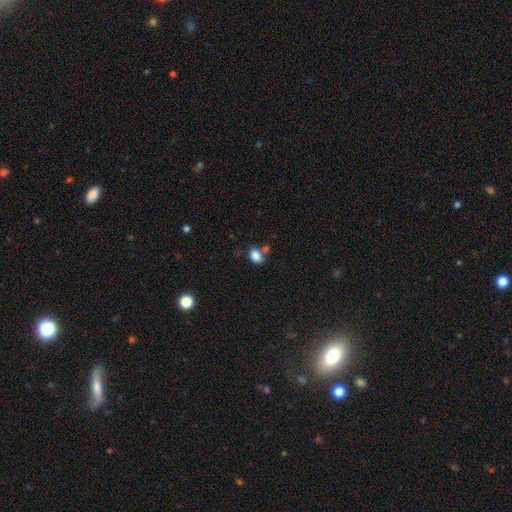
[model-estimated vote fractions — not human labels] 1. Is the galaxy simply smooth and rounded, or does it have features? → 85% smooth, 10% star or artifact, 5% featured or disk.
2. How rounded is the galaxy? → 68% in between, 31% round, 1% cigar-shaped.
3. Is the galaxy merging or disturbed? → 60% none, 20% merger, 15% minor disturbance, 5% major disturbance.